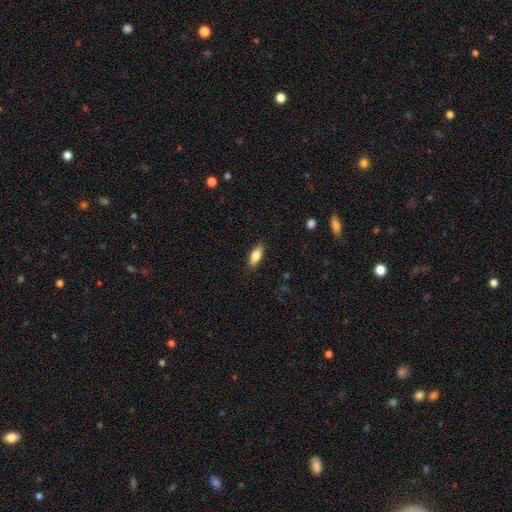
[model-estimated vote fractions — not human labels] Smooth or featured: smooth — 81% (featured or disk — 13%)
How rounded: in between — 76% (cigar-shaped — 22%)
Merging: none — 87% (minor disturbance — 10%)